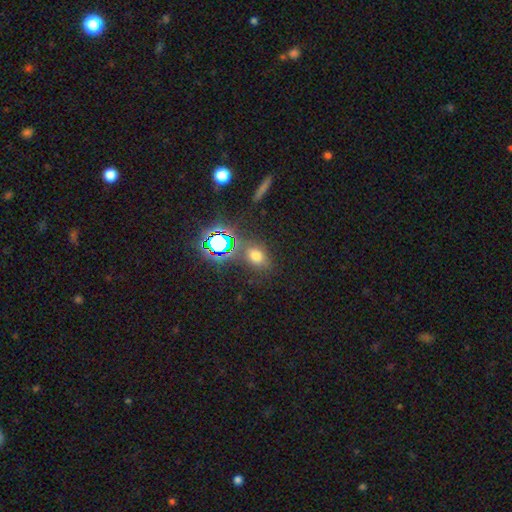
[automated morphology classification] Smooth or featured?
  - smooth: 61% *
  - star or artifact: 30%
  - featured or disk: 8%
How rounded?
  - in between: 68% *
  - round: 30%
  - cigar-shaped: 3%
Merging?
  - none: 76% *
  - minor disturbance: 12%
  - merger: 7%
  - major disturbance: 5%